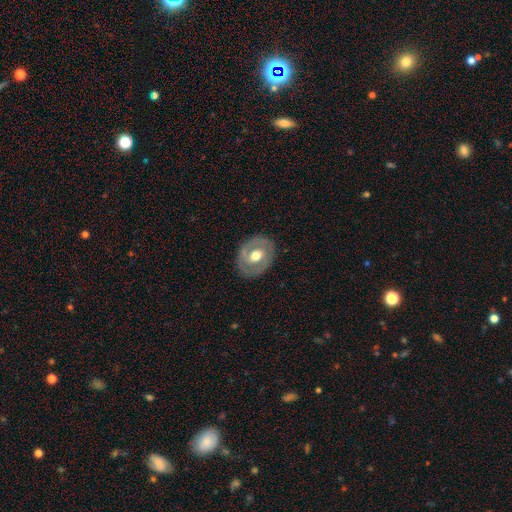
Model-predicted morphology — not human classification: A featured or disk galaxy (62%) with no bar (58%), no spiral arms (54%) and a moderate central bulge (70%). Merging: none (82%).